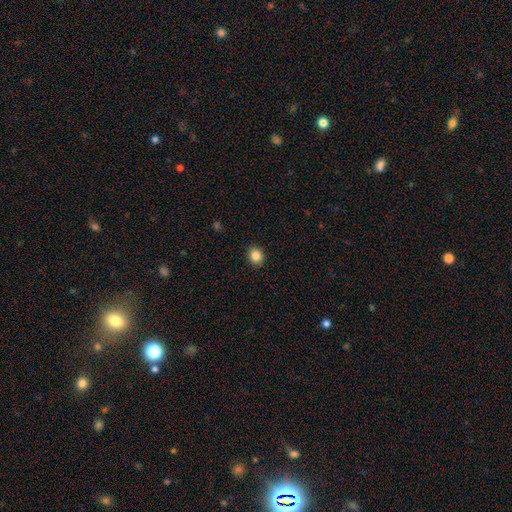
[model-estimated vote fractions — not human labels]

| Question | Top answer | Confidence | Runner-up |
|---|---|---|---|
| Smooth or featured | smooth | 86% | star or artifact (10%) |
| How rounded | round | 66% | in between (33%) |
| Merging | none | 90% | minor disturbance (7%) |